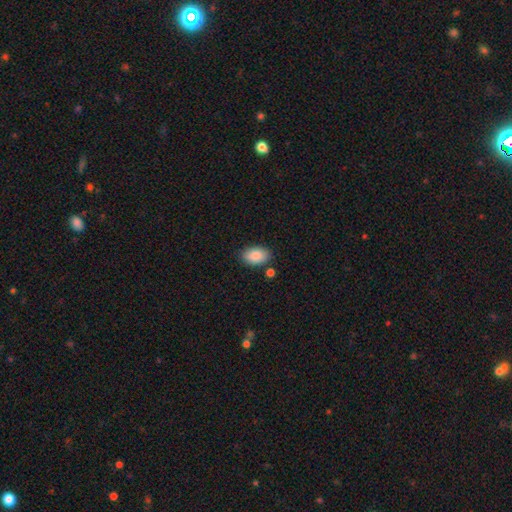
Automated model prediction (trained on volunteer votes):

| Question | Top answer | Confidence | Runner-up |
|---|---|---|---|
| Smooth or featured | smooth | 88% | star or artifact (7%) |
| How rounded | in between | 91% | round (8%) |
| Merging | none | 82% | minor disturbance (11%) |